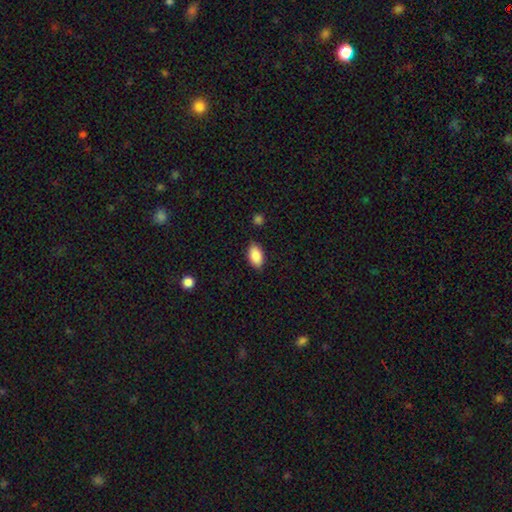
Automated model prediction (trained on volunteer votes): This appears to be a smooth galaxy with no disk features (89%) that is in between round and cigar-shaped (92%). Merging: none (82%).